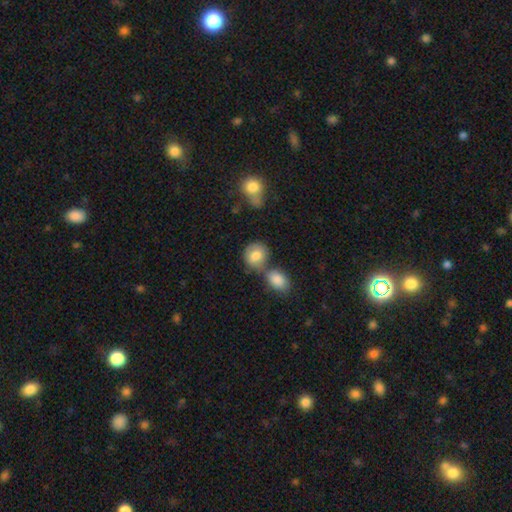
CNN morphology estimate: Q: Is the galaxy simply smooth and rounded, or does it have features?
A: smooth — 79%.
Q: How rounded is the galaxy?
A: round — 65%.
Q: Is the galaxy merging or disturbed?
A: none — 46%.